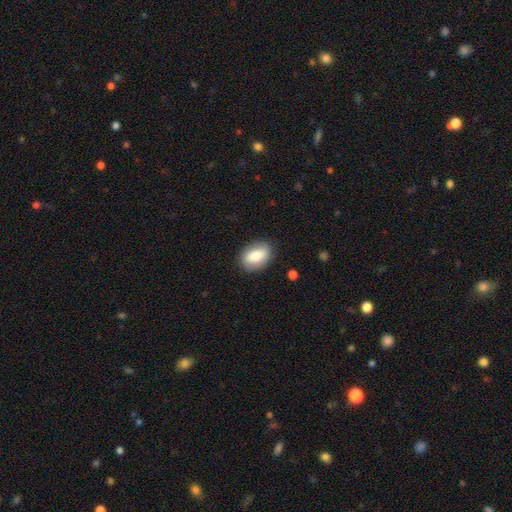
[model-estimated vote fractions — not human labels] A smooth galaxy with no disk features (73%) that is in between round and cigar-shaped (79%). Merging: none (83%).